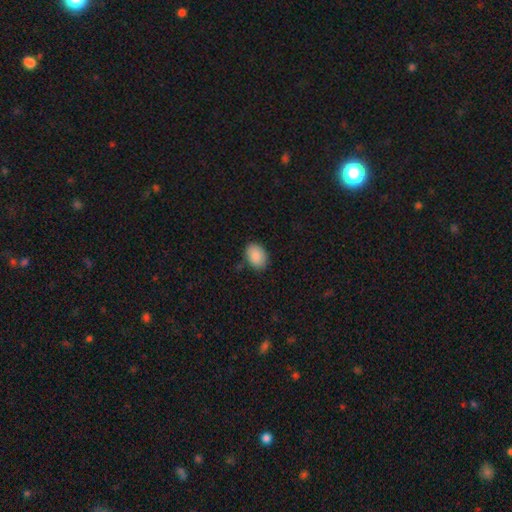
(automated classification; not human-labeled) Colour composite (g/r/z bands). It shows a smooth galaxy with no disk features (89%) that is in between round and cigar-shaped (72%). Merging: none (82%).